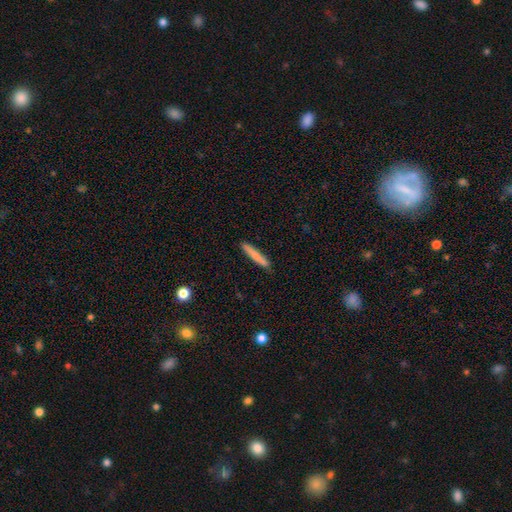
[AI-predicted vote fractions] smooth-or-featured: smooth: 76% | featured or disk: 18% | star or artifact: 6%
  how-rounded: cigar-shaped: 95% | in between: 4% | round: 1%
  merging: none: 86% | minor disturbance: 10% | major disturbance: 2% | merger: 2%